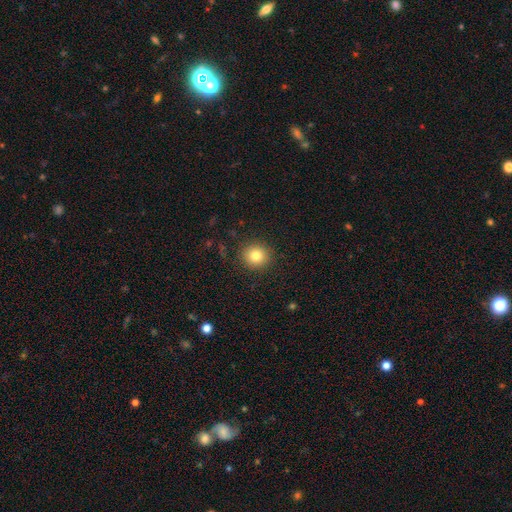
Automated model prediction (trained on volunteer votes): Smooth or featured? smooth (82%)
How rounded? round (90%)
Merging? none (90%)